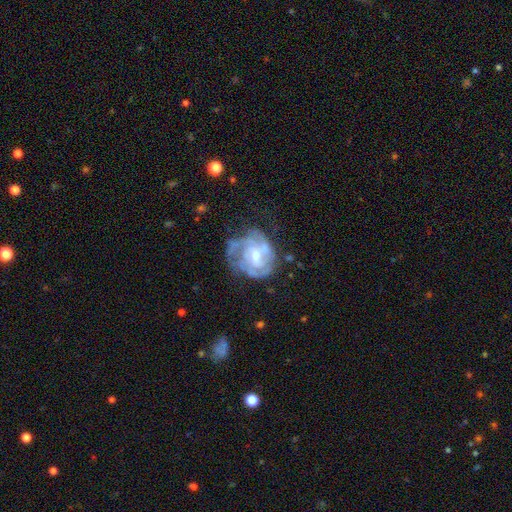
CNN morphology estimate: Q: Smooth or featured?
A: featured or disk (82%); runner-up: smooth (11%)
Q: Edge-on disk?
A: no (98%); runner-up: yes (2%)
Q: Bar?
A: no (47%); runner-up: weak (43%)
Q: Spiral arms?
A: yes (88%); runner-up: no (12%)
Q: Spiral winding?
A: tight (58%); runner-up: medium (33%)
Q: Spiral arm count?
A: can't tell (38%); runner-up: 3 (24%)
Q: Bulge size?
A: moderate (54%); runner-up: small (41%)
Q: Merging?
A: none (51%); runner-up: minor disturbance (26%)